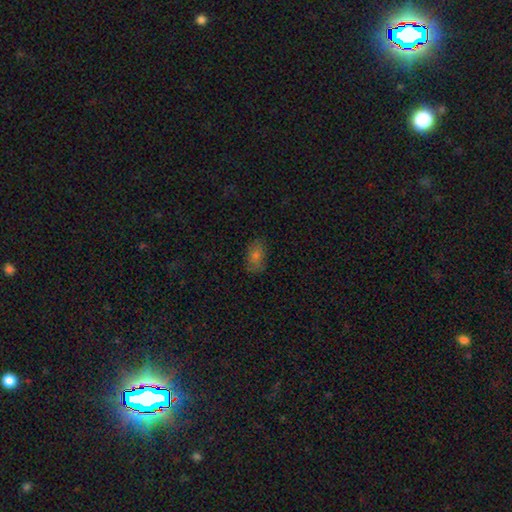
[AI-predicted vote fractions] Q: Smooth or featured?
A: smooth (71%); runner-up: star or artifact (16%)
Q: How rounded?
A: in between (87%); runner-up: round (11%)
Q: Merging?
A: none (80%); runner-up: minor disturbance (16%)